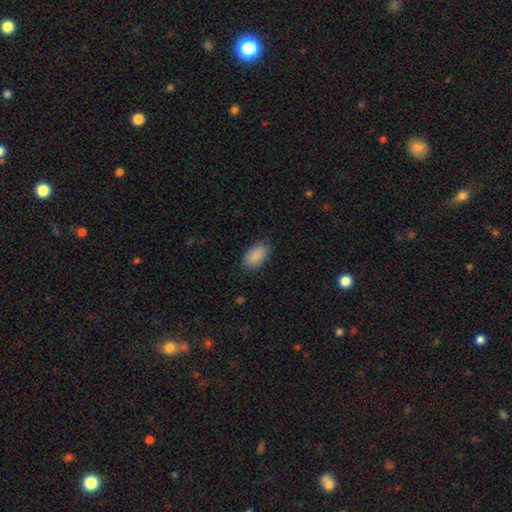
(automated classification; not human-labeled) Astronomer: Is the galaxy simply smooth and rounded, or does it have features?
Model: smooth — 90%.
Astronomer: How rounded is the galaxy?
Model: in between — 94%.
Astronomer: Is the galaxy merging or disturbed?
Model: none — 83%.